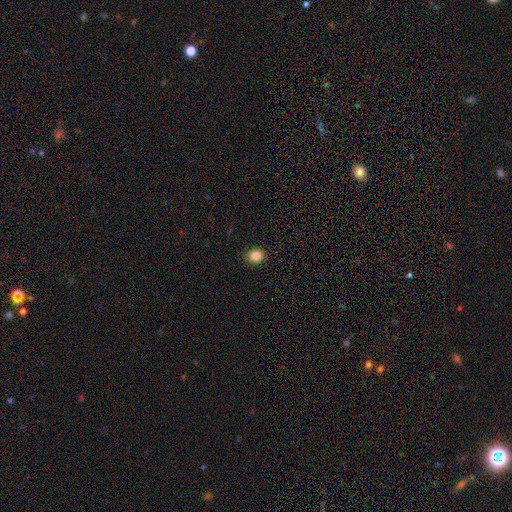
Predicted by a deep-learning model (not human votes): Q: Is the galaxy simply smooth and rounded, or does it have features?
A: smooth — 85%.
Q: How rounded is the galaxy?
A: round — 68%.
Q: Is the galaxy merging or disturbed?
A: none — 89%.